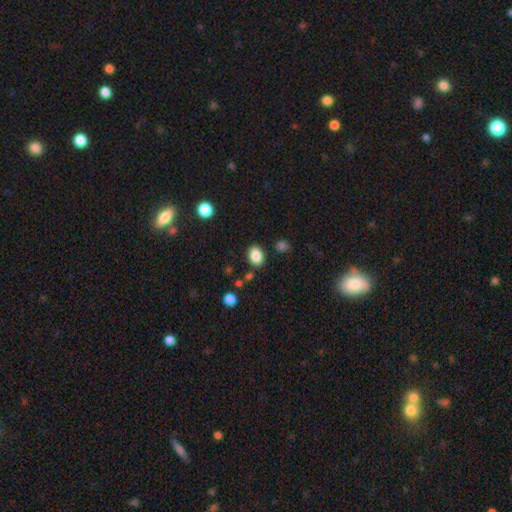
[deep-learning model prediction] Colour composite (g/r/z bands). It shows a smooth galaxy with no disk features (86%) that is in between round and cigar-shaped (67%). Merging: none (84%).